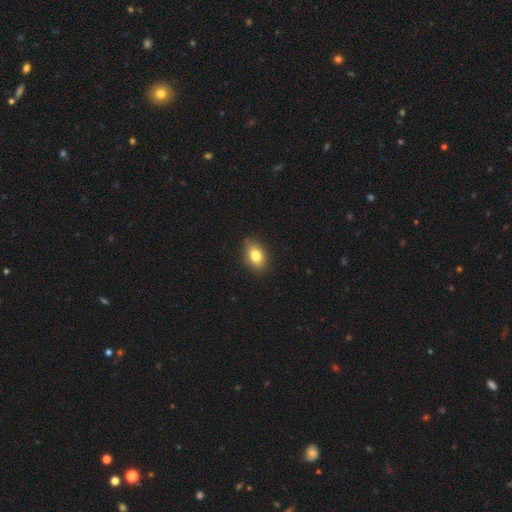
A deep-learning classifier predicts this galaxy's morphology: type=smooth (82%); roundness=in between (83%); merging=none (85%).